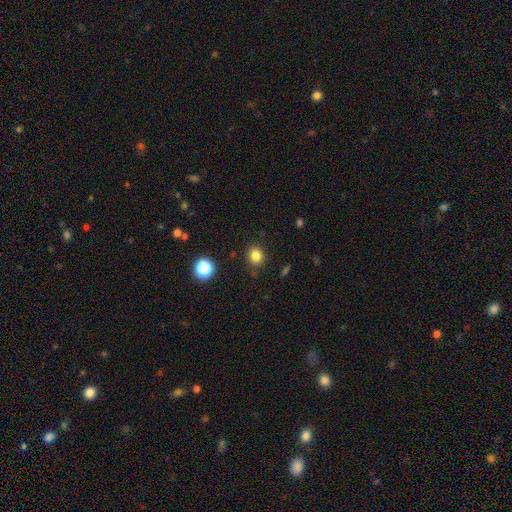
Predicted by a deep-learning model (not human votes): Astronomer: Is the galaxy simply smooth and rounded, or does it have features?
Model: smooth — 82%.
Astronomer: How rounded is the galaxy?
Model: round — 75%.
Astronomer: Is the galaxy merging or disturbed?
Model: none — 87%.